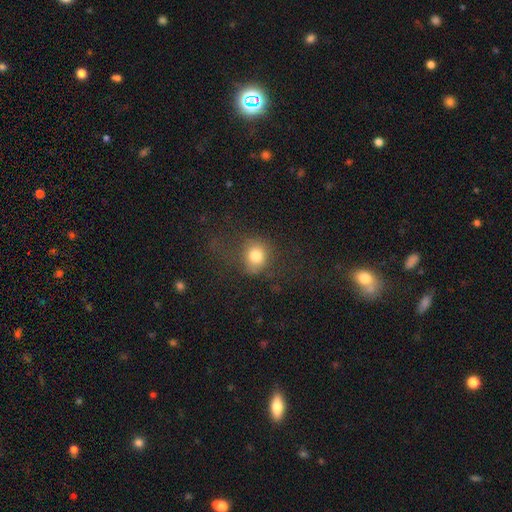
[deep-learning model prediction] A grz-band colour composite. It shows a smooth galaxy with no disk features (78%) that is round (78%). Merging: none (61%).